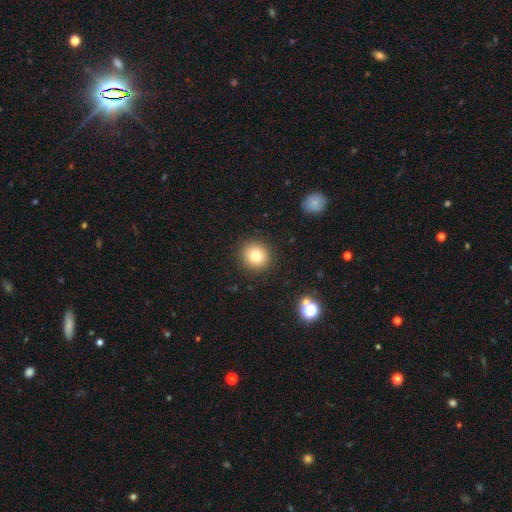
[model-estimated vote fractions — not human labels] The model was most divided on "smooth or featured": smooth: 80%, star or artifact: 11%, featured or disk: 9%. More confident: merging — none (90%); how rounded — round (88%).